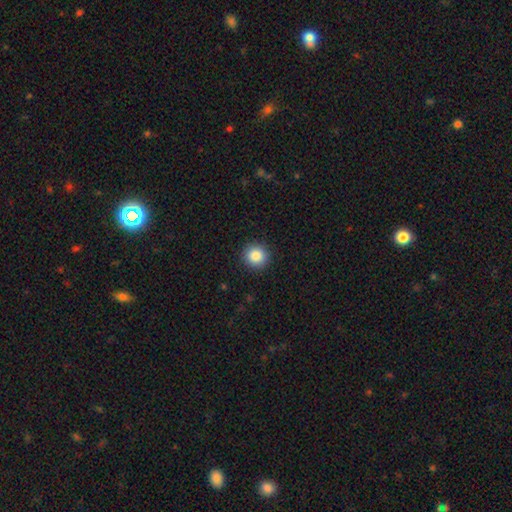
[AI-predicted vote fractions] A smooth galaxy with no disk features (86%) that is round (93%).

Vote fractions:
- Smooth or featured? smooth: 86% / star or artifact: 9% / featured or disk: 4%
- How rounded? round: 93% / in between: 6% / cigar-shaped: 1%
- Merging? none: 92% / minor disturbance: 5% / major disturbance: 2% / merger: 1%